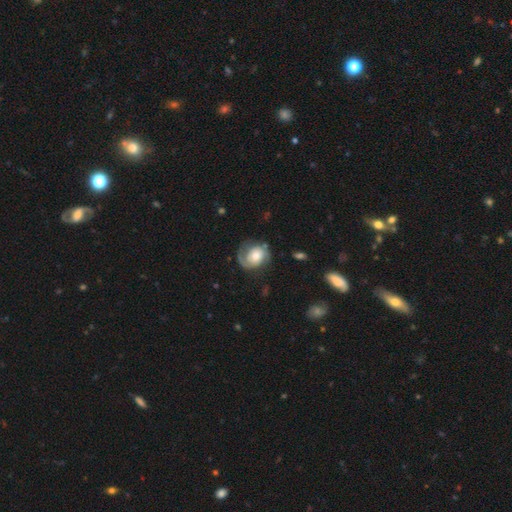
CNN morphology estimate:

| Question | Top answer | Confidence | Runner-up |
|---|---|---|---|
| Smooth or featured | featured or disk | 69% | smooth (25%) |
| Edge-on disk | no | 97% | yes (3%) |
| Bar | no | 71% | weak (23%) |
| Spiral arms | yes | 91% | no (9%) |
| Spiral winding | tight | 44% | medium (37%) |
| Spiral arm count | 2 | 49% | 1 (38%) |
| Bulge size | moderate | 57% | small (20%) |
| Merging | none | 61% | minor disturbance (21%) |